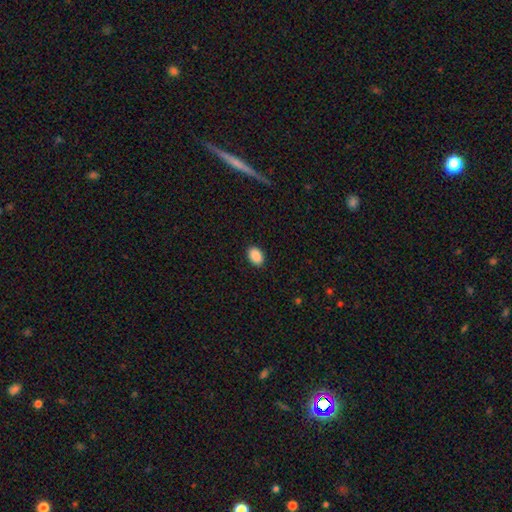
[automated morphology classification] A smooth galaxy with no disk features (90%) that is in between round and cigar-shaped (84%). Merging: none (90%).